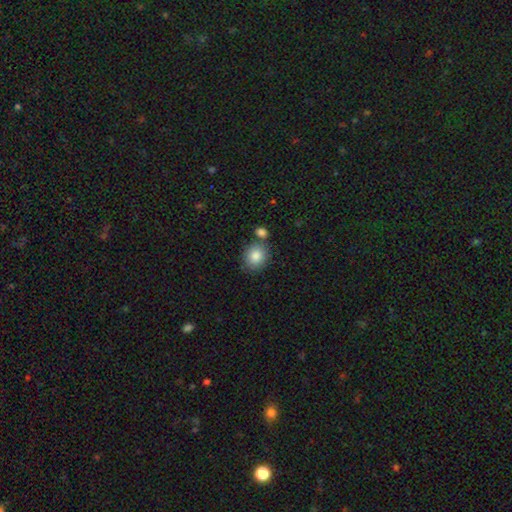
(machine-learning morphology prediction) smooth 85%, star or artifact 8%, featured or disk 7%. Down the decision tree: how rounded — round (66%); merging — none (68%).